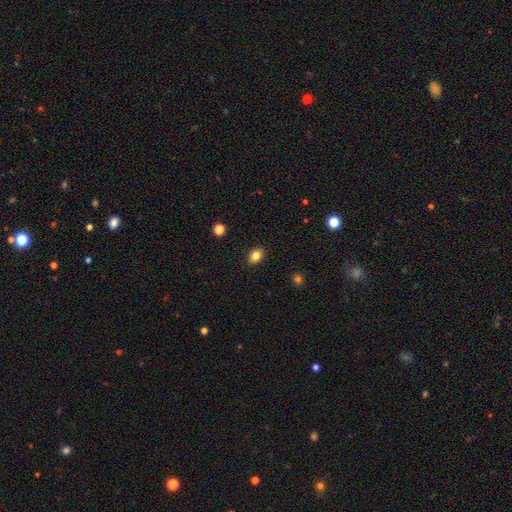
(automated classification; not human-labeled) This is clearly a smooth galaxy (84%). How rounded: likely in between (66%). Merging: clearly none (90%).